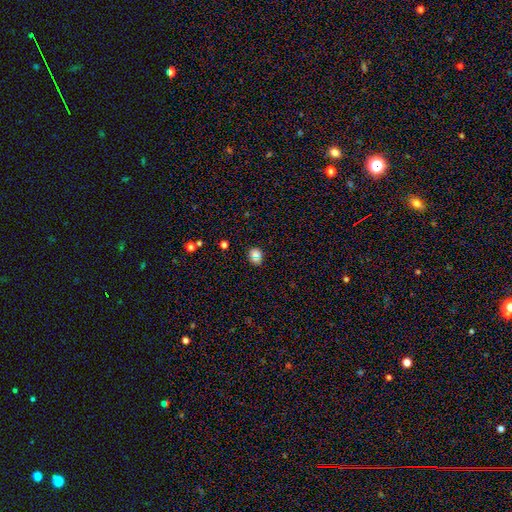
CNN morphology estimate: Q: Smooth or featured?
A: smooth (73%); runner-up: star or artifact (17%)
Q: How rounded?
A: round (64%); runner-up: in between (35%)
Q: Merging?
A: none (77%); runner-up: minor disturbance (12%)